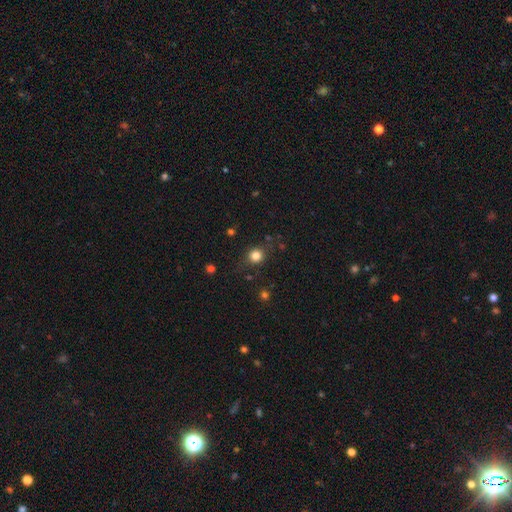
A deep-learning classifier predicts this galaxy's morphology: smooth-or-featured: smooth: 81% | star or artifact: 13% | featured or disk: 6%
  how-rounded: round: 82% | in between: 17% | cigar-shaped: 1%
  merging: none: 80% | minor disturbance: 13% | major disturbance: 5% | merger: 2%